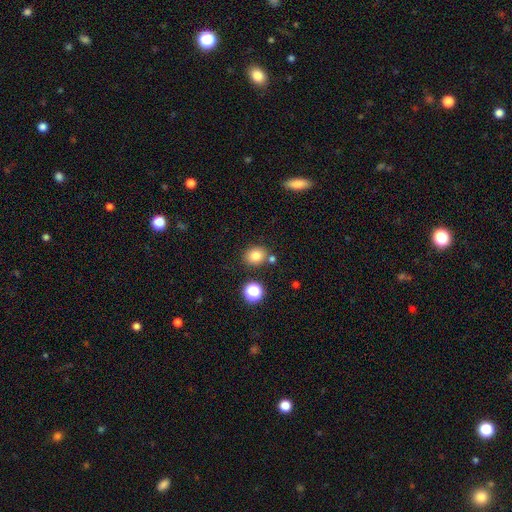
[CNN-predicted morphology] A smooth galaxy with no disk features (81%) that is round (65%). Merging: none (77%).